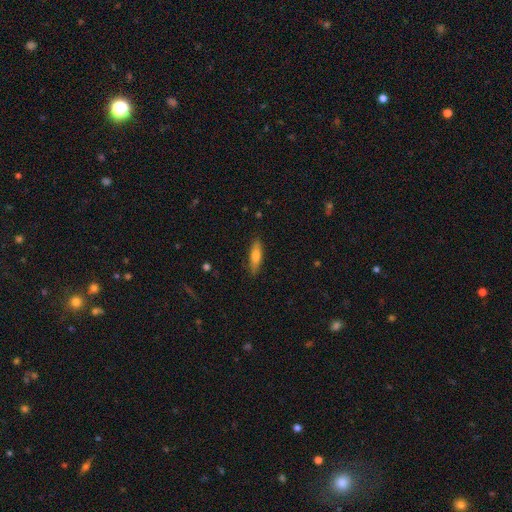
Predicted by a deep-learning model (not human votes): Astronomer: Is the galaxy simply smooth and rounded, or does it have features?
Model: smooth — 67%.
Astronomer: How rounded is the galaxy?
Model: cigar-shaped — 65%.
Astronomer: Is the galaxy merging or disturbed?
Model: none — 86%.